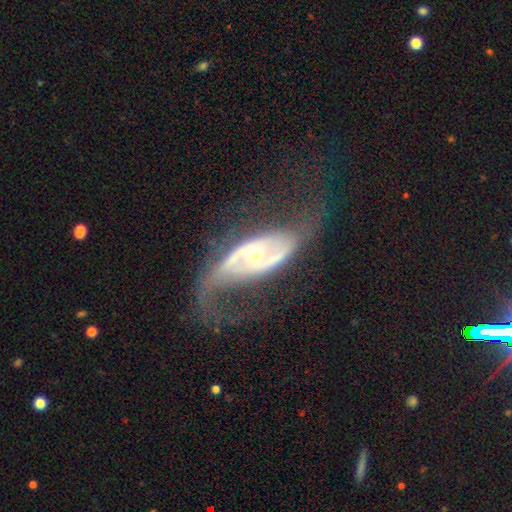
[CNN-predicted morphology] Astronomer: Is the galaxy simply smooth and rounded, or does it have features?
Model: featured or disk — 86%.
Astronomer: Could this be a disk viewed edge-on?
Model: no — 91%.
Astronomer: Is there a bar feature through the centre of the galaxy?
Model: no — 51% (runner-up: weak, 28%).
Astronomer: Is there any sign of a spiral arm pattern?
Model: yes — 88%.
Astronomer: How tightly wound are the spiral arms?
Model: loose — 47% (runner-up: medium, 37%).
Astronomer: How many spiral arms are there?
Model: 2 — 85%.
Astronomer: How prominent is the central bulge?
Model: small — 56% (runner-up: moderate, 40%).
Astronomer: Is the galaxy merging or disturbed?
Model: none — 51% (runner-up: major disturbance, 29%).